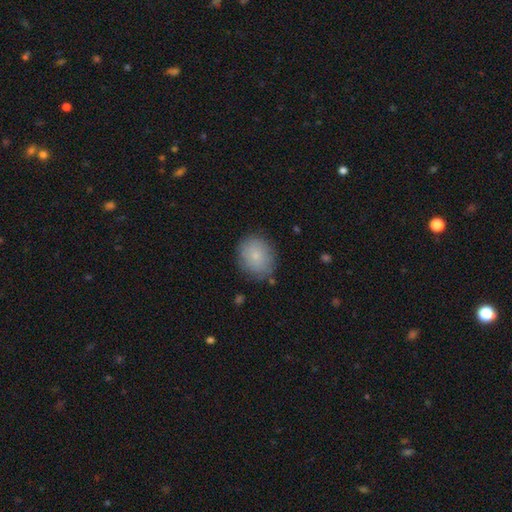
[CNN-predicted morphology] Overall: smooth (80%). How rounded: round (66%; in between 33%). Merging: none (79%).